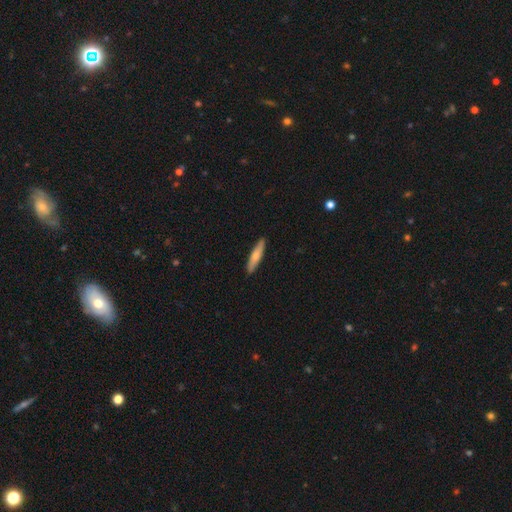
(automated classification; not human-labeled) smooth-or-featured: smooth: 68% | featured or disk: 27% | star or artifact: 5%
  how-rounded: cigar-shaped: 85% | in between: 13% | round: 2%
  merging: none: 91% | minor disturbance: 7% | major disturbance: 1% | merger: 1%